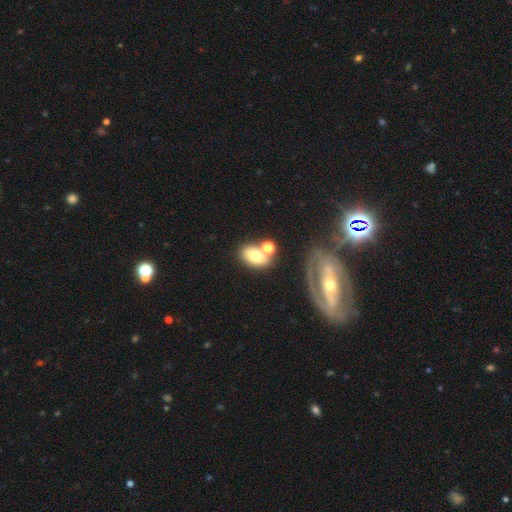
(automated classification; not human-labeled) Morphology: type=smooth (69%); roundness=in between (77%); merging=none (50%).